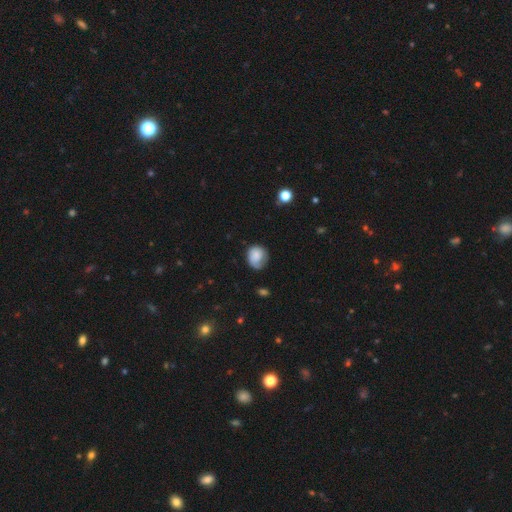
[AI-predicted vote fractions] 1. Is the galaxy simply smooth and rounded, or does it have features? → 75% smooth, 17% featured or disk, 8% star or artifact.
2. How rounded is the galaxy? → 71% round, 28% in between, 1% cigar-shaped.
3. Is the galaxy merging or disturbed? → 57% none, 30% minor disturbance, 12% major disturbance, 2% merger.